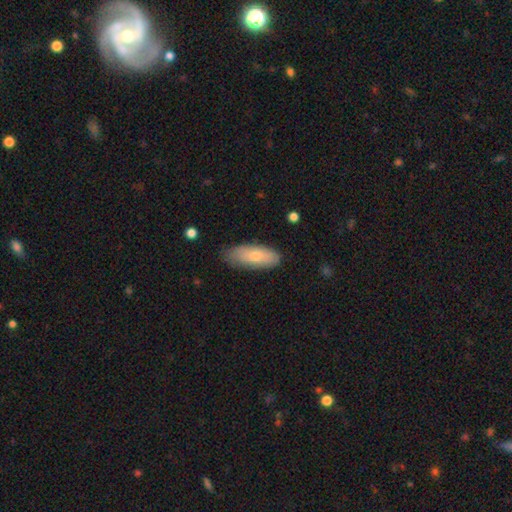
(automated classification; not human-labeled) Q: Smooth or featured?
A: smooth (75%); runner-up: featured or disk (19%)
Q: How rounded?
A: in between (76%); runner-up: cigar-shaped (21%)
Q: Merging?
A: none (74%); runner-up: minor disturbance (21%)